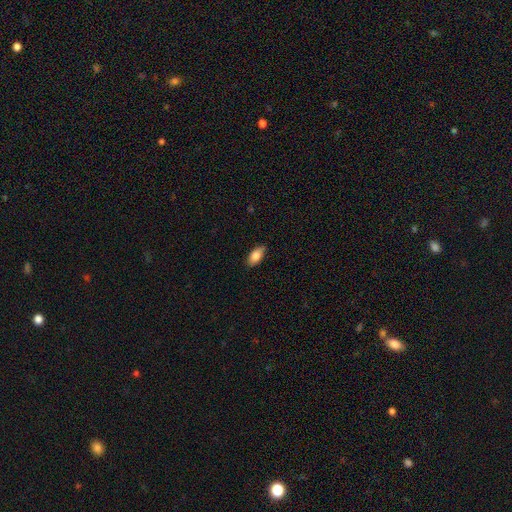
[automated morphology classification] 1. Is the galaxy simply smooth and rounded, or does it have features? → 83% smooth, 11% featured or disk, 7% star or artifact.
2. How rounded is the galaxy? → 90% in between, 7% cigar-shaped, 3% round.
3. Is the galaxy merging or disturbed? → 84% none, 13% minor disturbance, 2% major disturbance, 1% merger.